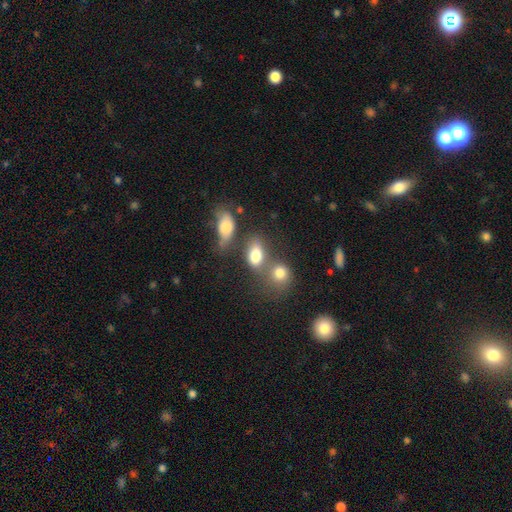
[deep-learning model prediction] Morphology: type=smooth (79%); roundness=in between (80%); merging=merger (42%).